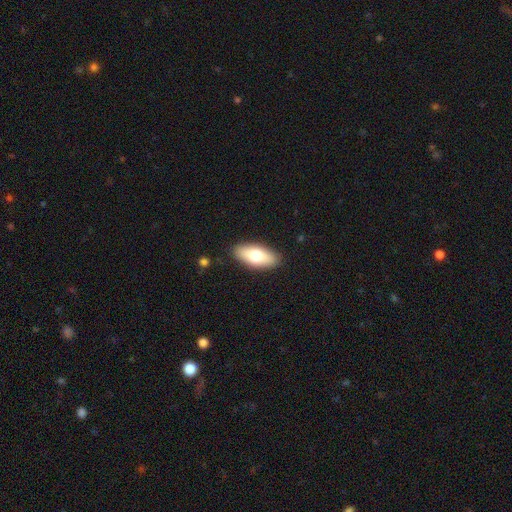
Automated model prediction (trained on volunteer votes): Q: Smooth or featured?
A: smooth (72%); runner-up: featured or disk (22%)
Q: How rounded?
A: in between (86%); runner-up: cigar-shaped (11%)
Q: Merging?
A: none (88%); runner-up: minor disturbance (9%)